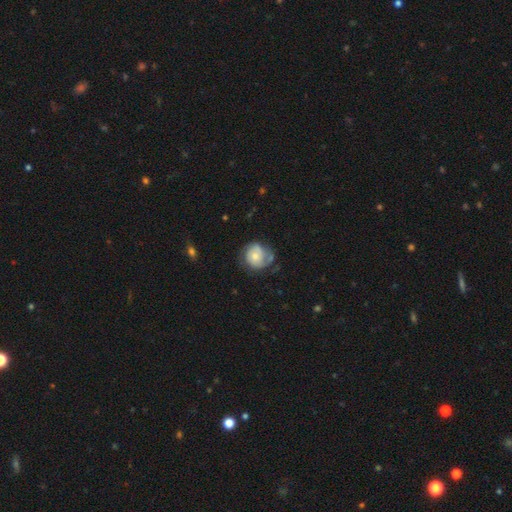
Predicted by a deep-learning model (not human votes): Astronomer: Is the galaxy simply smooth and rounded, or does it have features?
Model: featured or disk — 51% (runner-up: smooth, 42%).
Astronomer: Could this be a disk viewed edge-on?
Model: no — 98%.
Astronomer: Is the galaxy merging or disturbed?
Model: none — 51% (runner-up: minor disturbance, 27%).